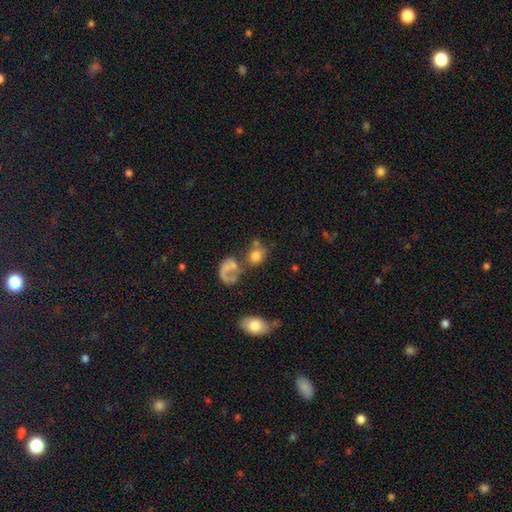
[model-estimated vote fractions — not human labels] This appears to be a smooth galaxy with no disk features (70%) that is round (58%). Merging: none (39%).